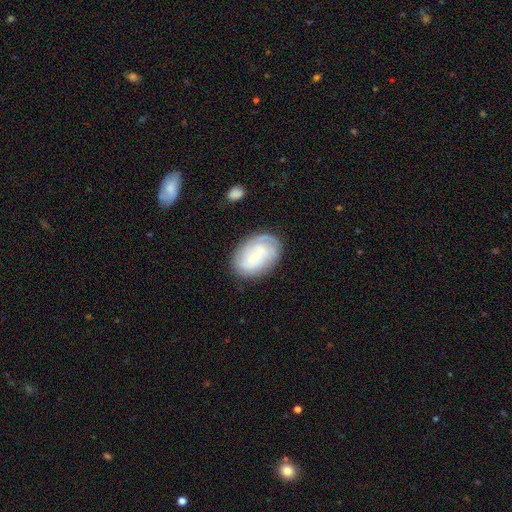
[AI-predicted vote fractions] A featured or disk galaxy (65%) with no bar (59%), tight (63%) spiral arms (87%) and a small central bulge (70%). Merging: none (77%).